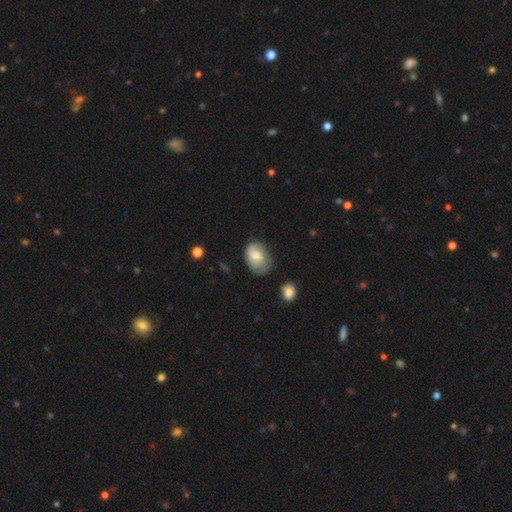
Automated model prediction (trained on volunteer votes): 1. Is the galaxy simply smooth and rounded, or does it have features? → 64% smooth, 28% featured or disk, 7% star or artifact.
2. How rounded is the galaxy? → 75% in between, 24% round, 1% cigar-shaped.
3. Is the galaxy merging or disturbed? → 59% none, 30% minor disturbance, 8% major disturbance, 2% merger.